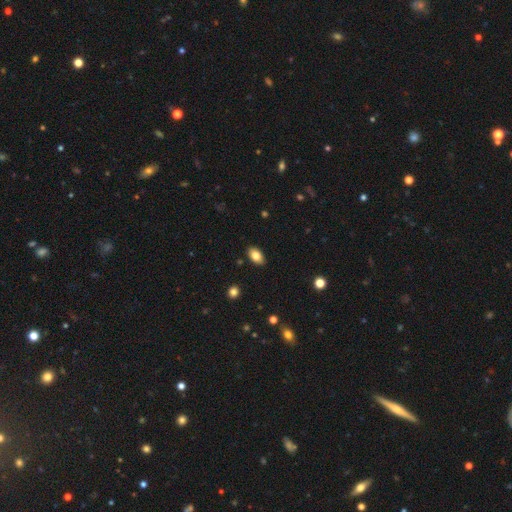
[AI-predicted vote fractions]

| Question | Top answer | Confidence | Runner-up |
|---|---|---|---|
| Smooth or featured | smooth | 83% | featured or disk (9%) |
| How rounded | in between | 92% | round (7%) |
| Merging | none | 89% | minor disturbance (8%) |